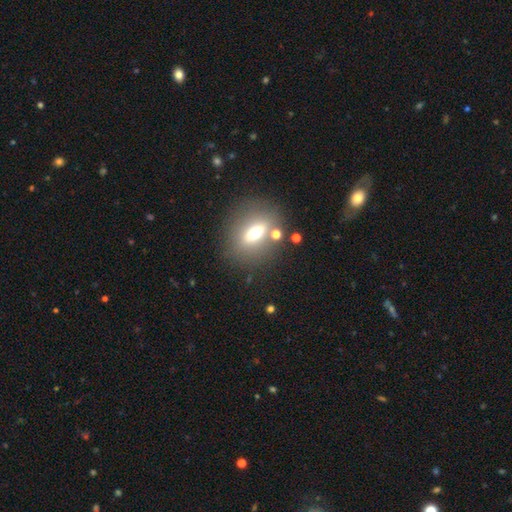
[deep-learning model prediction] Smooth or featured? Predicted: smooth (p=0.51). How rounded? Predicted: round (p=0.49). Merging? Predicted: none (p=0.78).